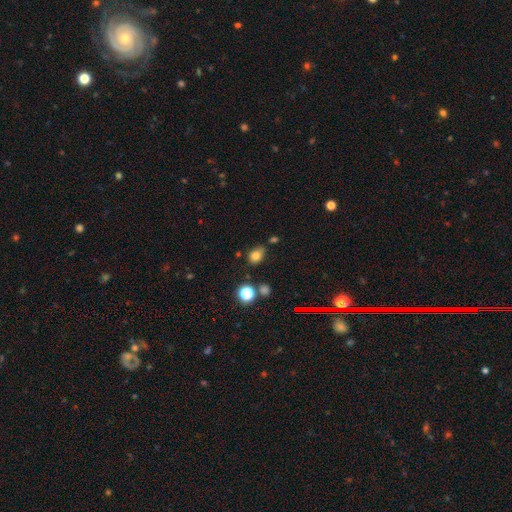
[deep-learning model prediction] A smooth galaxy with no disk features (77%) that is in between round and cigar-shaped (66%).

Vote fractions:
- Smooth or featured? smooth: 77% / star or artifact: 15% / featured or disk: 8%
- How rounded? in between: 66% / round: 33% / cigar-shaped: 1%
- Merging? none: 72% / minor disturbance: 18% / merger: 6% / major disturbance: 4%